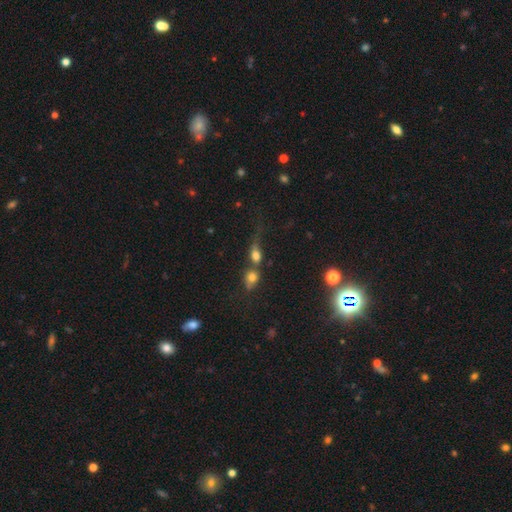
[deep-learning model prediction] smooth-or-featured: smooth: 71% | featured or disk: 16% | star or artifact: 13%
  how-rounded: in between: 53% | round: 40% | cigar-shaped: 7%
  merging: merger: 55% | none: 23% | major disturbance: 12% | minor disturbance: 10%